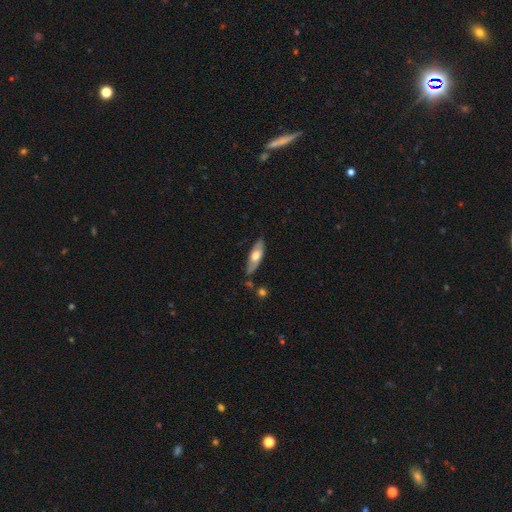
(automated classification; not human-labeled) Morphology: type=smooth (54%); roundness=in between (60%); merging=none (75%).